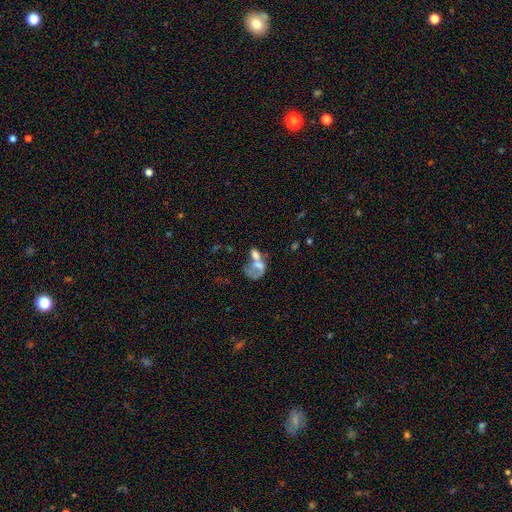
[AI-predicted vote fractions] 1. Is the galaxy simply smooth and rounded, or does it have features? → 52% smooth, 35% featured or disk, 12% star or artifact.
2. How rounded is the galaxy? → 77% in between, 21% round, 2% cigar-shaped.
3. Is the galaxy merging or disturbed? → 61% merger, 18% major disturbance, 13% none, 8% minor disturbance.